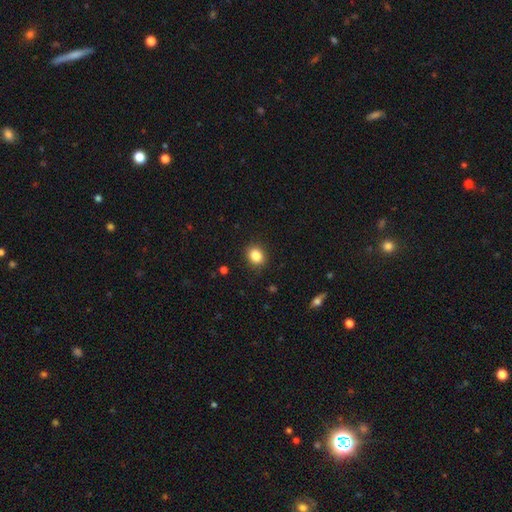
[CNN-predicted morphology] The model was most divided on "how rounded": round: 61%, in between: 39%, cigar-shaped: 1%. More confident: merging — none (88%); smooth or featured — smooth (86%).